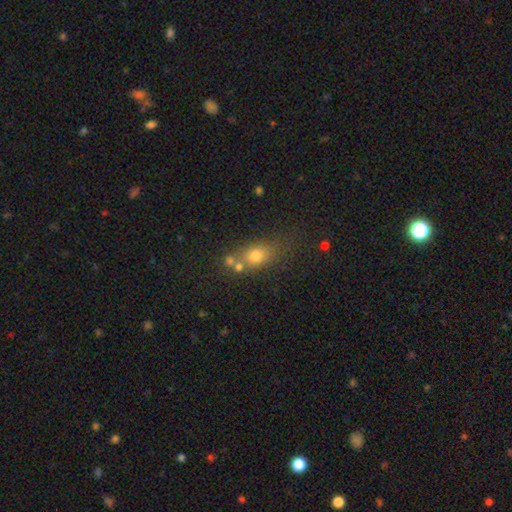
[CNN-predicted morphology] type=smooth (71%); roundness=in between (55%); merging=none (52%).